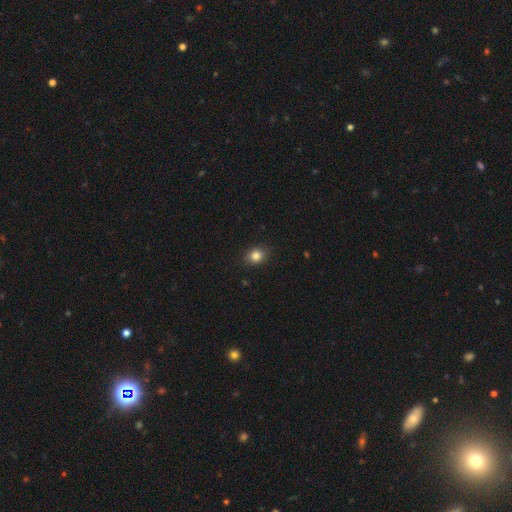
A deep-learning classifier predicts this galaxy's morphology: Smooth or featured? smooth (83%)
How rounded? round (66%)
Merging? none (88%)